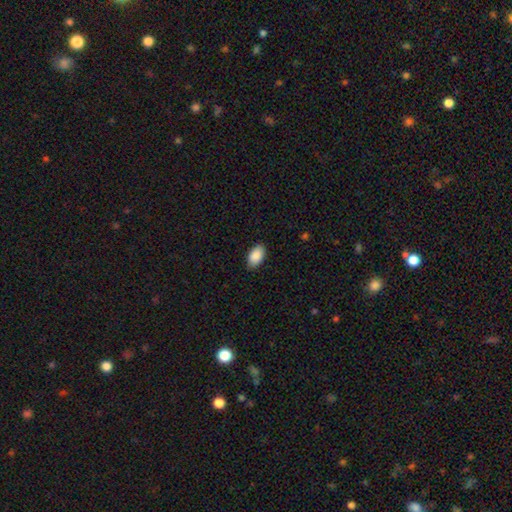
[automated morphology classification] A smooth galaxy with no disk features (90%) that is in between round and cigar-shaped (94%). Merging: none (86%).